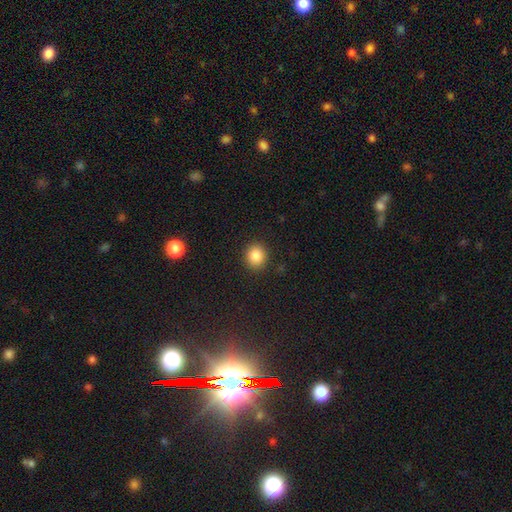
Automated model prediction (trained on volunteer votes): Smooth or featured? Predicted: smooth (p=0.86). How rounded? Predicted: round (p=0.84). Merging? Predicted: none (p=0.90).